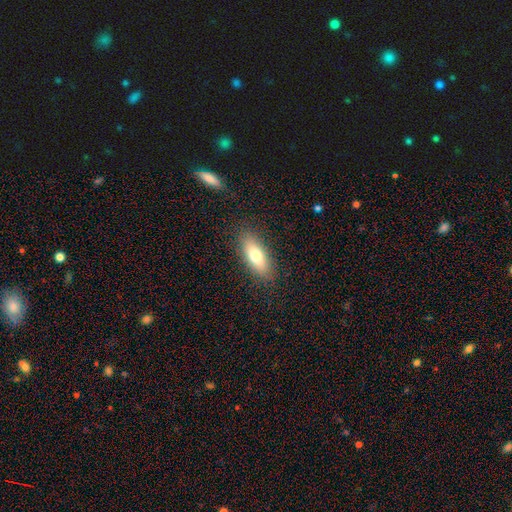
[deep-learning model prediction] smooth 72%, featured or disk 21%, star or artifact 7%. Down the decision tree: how rounded — in between (66%); merging — none (87%).